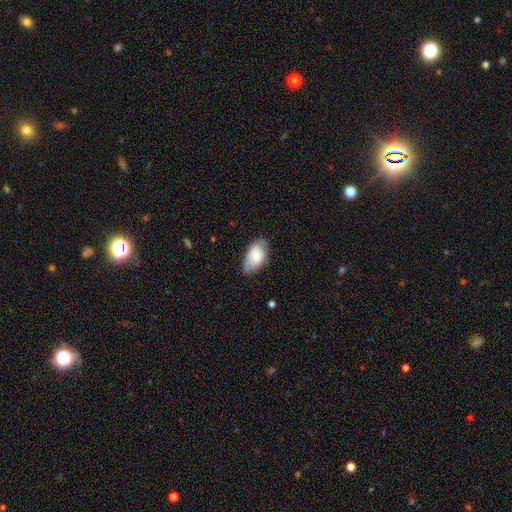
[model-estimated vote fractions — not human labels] Smooth or featured? smooth (71%)
How rounded? in between (94%)
Merging? none (73%)